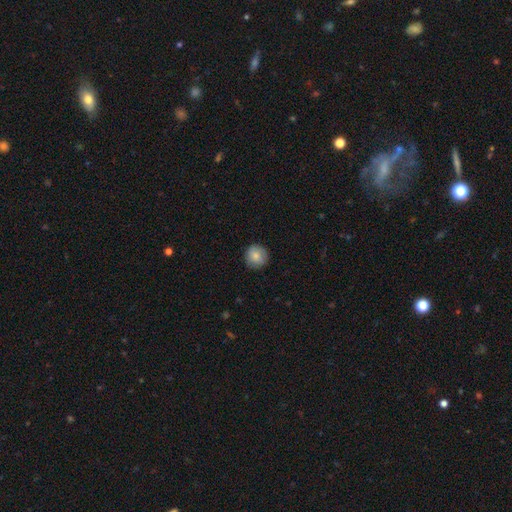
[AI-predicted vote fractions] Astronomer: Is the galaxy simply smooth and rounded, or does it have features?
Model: smooth — 86%.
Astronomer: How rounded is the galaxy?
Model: round — 94%.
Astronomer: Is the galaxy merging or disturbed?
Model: none — 89%.